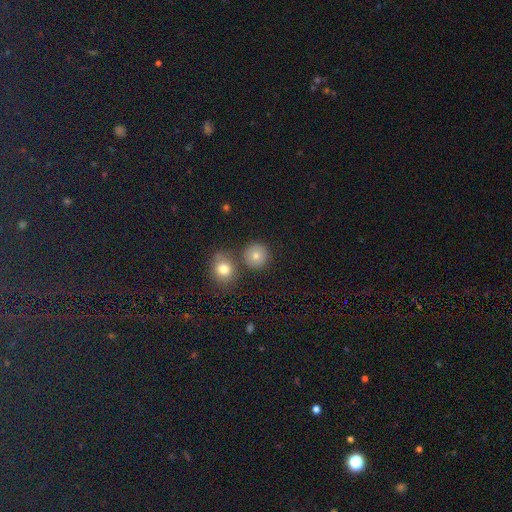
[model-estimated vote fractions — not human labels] A smooth galaxy with no disk features (73%) that is round (91%). Merging: none (79%).